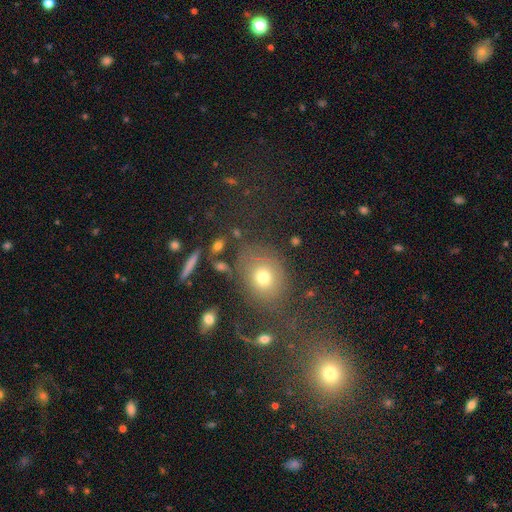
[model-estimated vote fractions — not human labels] The model was most divided on "smooth or featured": smooth: 59%, star or artifact: 30%, featured or disk: 11%. More confident: how rounded — round (68%); merging — none (68%).